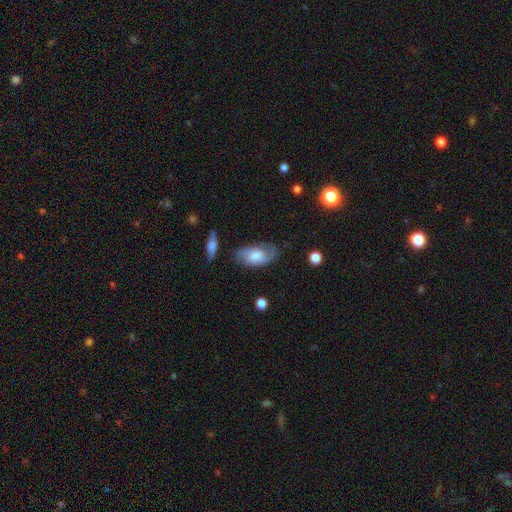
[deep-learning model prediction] Smooth or featured: smooth — 48% (featured or disk — 45%)
Merging: none — 65% (minor disturbance — 24%)